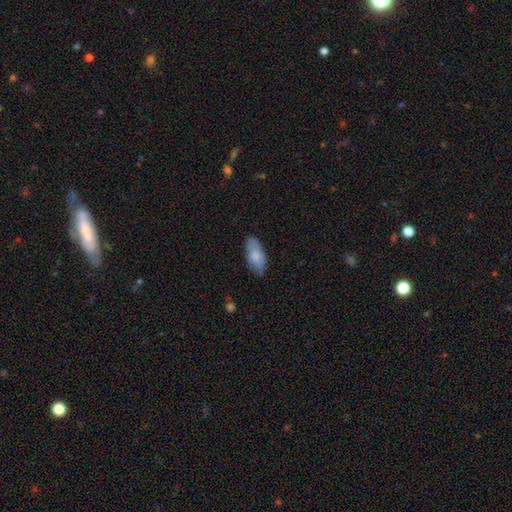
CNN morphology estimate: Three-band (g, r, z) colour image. It shows a smooth galaxy with no disk features (74%) that is in between round and cigar-shaped (88%). Merging: none (75%).